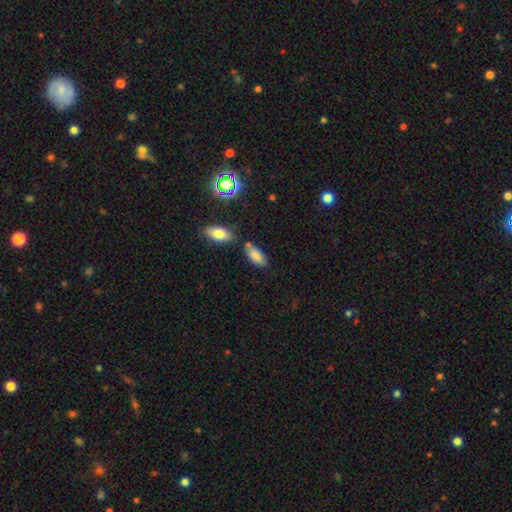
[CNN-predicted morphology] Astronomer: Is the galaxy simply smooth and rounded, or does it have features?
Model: smooth — 82%.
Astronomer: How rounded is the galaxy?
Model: in between — 89%.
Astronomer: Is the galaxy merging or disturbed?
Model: none — 64%.